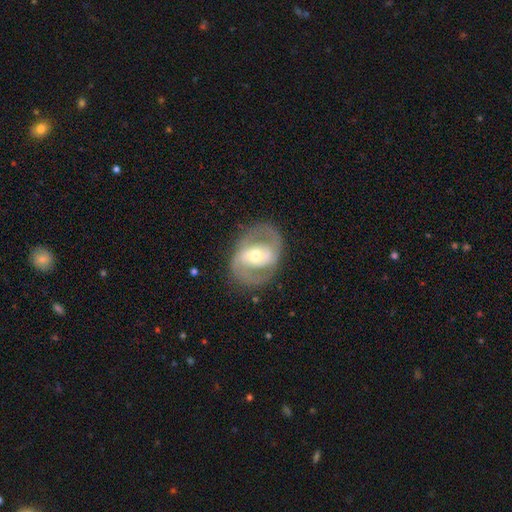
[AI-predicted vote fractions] Q: Smooth or featured?
A: featured or disk (81%); runner-up: smooth (14%)
Q: Edge-on disk?
A: no (96%); runner-up: yes (4%)
Q: Bar?
A: weak (37%); runner-up: no (36%)
Q: Spiral arms?
A: yes (83%); runner-up: no (17%)
Q: Spiral winding?
A: medium (51%); runner-up: tight (30%)
Q: Spiral arm count?
A: 2 (87%); runner-up: can't tell (7%)
Q: Bulge size?
A: moderate (61%); runner-up: small (28%)
Q: Merging?
A: none (78%); runner-up: minor disturbance (13%)